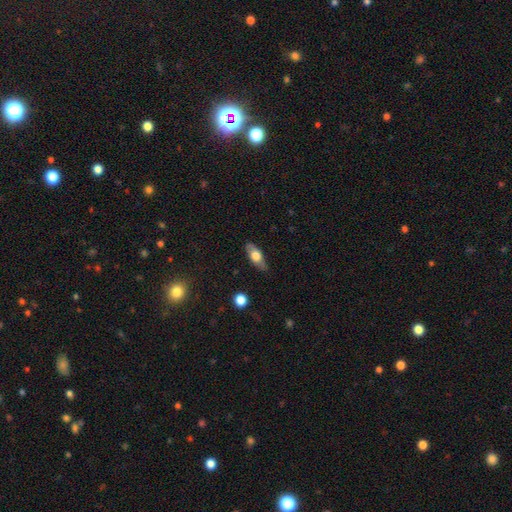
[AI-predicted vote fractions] Smooth or featured?
  - smooth: 59% *
  - featured or disk: 34%
  - star or artifact: 6%
How rounded?
  - in between: 73% *
  - cigar-shaped: 23%
  - round: 4%
Merging?
  - none: 80% *
  - minor disturbance: 15%
  - major disturbance: 3%
  - merger: 1%